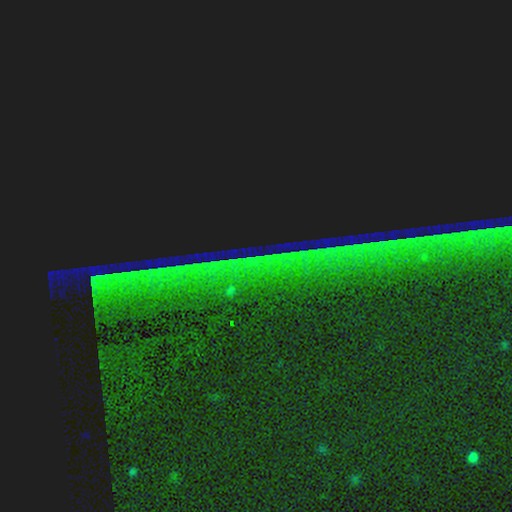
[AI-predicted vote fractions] Smooth or featured? star or artifact (89%)